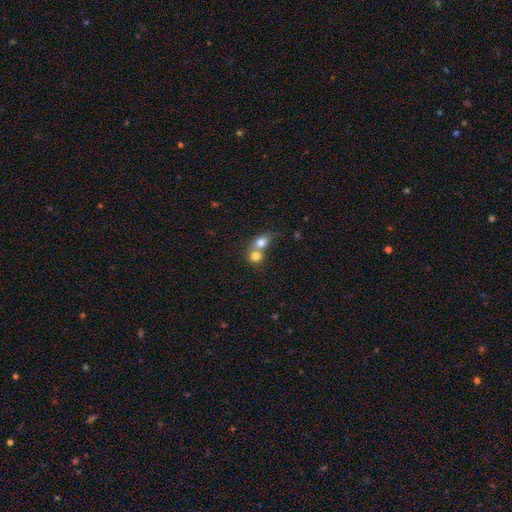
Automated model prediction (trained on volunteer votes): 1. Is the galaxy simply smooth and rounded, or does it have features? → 77% smooth, 14% featured or disk, 10% star or artifact.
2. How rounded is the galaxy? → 69% round, 29% in between, 1% cigar-shaped.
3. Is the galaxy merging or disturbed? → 69% merger, 23% none, 5% minor disturbance, 3% major disturbance.